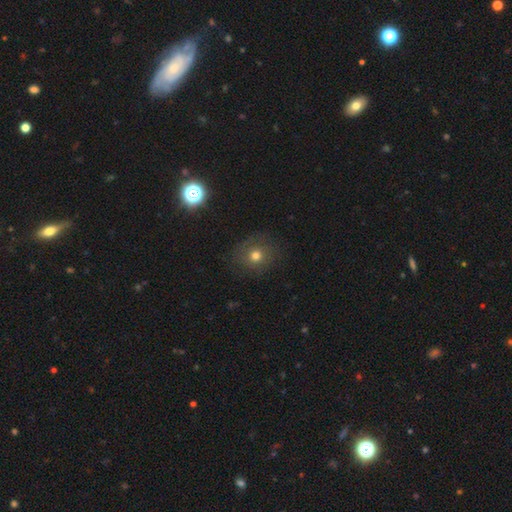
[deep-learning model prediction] Q: Smooth or featured?
A: smooth (69%); runner-up: star or artifact (16%)
Q: How rounded?
A: round (84%); runner-up: in between (15%)
Q: Merging?
A: none (80%); runner-up: minor disturbance (12%)